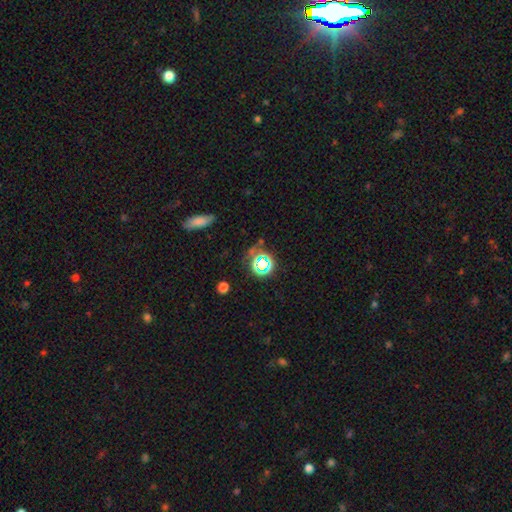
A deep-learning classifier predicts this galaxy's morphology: type=star or artifact (47%).